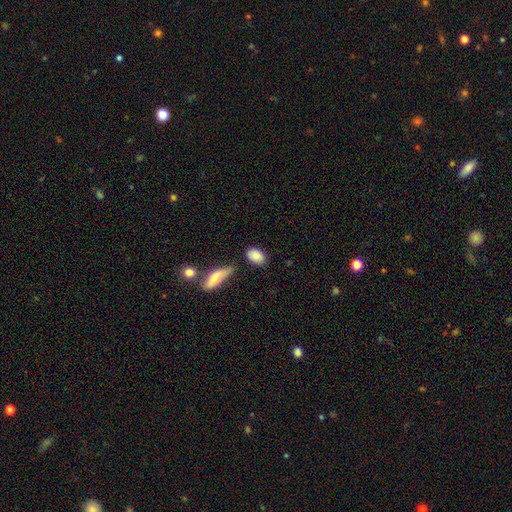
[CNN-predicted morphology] The model was most divided on "merging": none: 71%, minor disturbance: 16%, merger: 9%, major disturbance: 5%. More confident: how rounded — in between (85%); smooth or featured — smooth (83%).